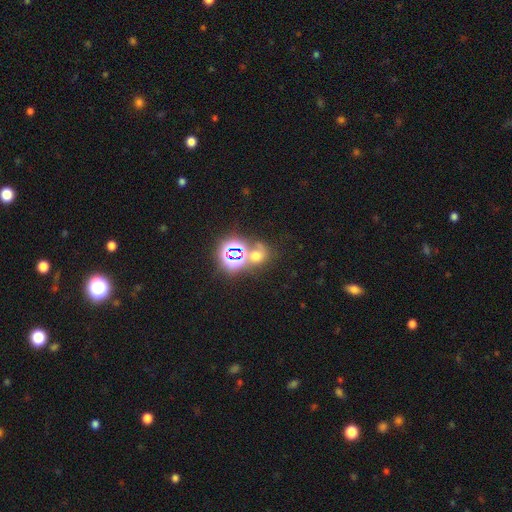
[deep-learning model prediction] star or artifact 47%, smooth 42%, featured or disk 11%.